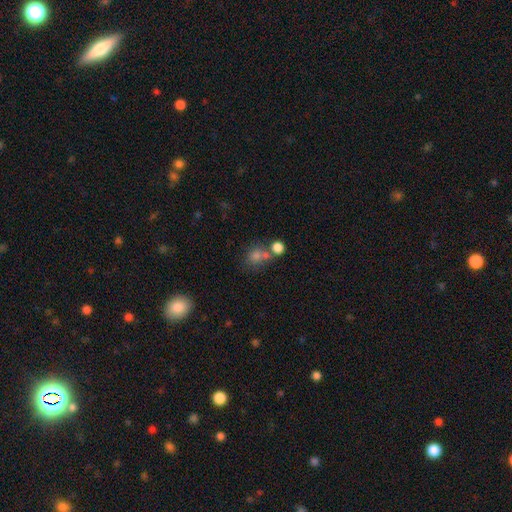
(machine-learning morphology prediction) A smooth galaxy with no disk features (73%) that is round (74%). Merging: none (50%).